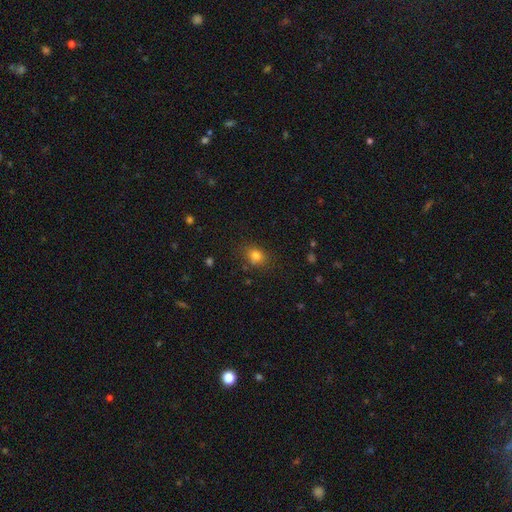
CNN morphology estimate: Smooth or featured? Predicted: smooth (p=0.79). How rounded? Predicted: round (p=0.51). Merging? Predicted: none (p=0.75).